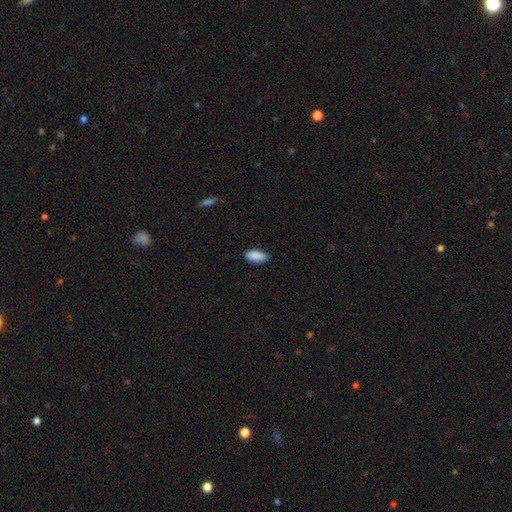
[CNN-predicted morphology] This is clearly a smooth galaxy (90%). How rounded: clearly in between (89%). Merging: clearly none (88%).